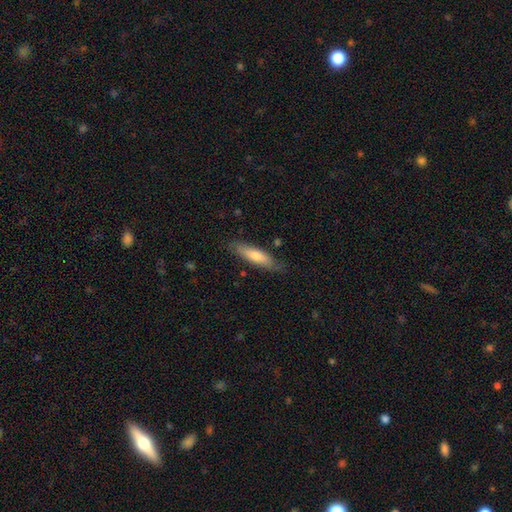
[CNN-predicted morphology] type=smooth (62%); roundness=cigar-shaped (76%); merging=none (81%).